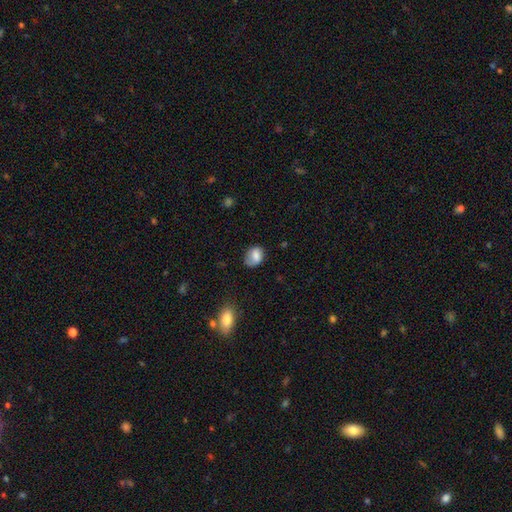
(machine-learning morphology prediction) A smooth galaxy with no disk features (78%) that is in between round and cigar-shaped (66%). Merging: none (58%).